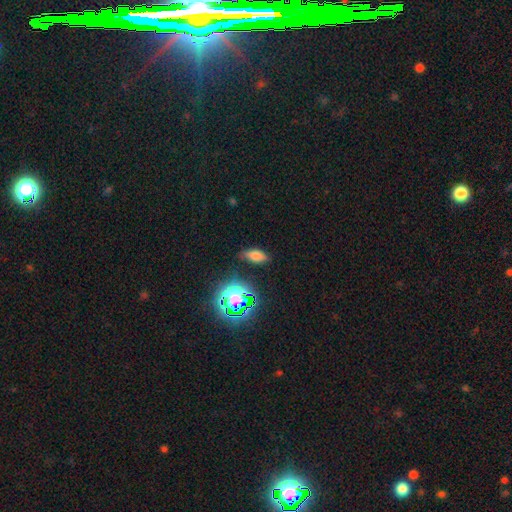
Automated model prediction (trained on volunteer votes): Q: Smooth or featured?
A: smooth (66%); runner-up: star or artifact (23%)
Q: How rounded?
A: in between (81%); runner-up: cigar-shaped (13%)
Q: Merging?
A: none (75%); runner-up: minor disturbance (17%)